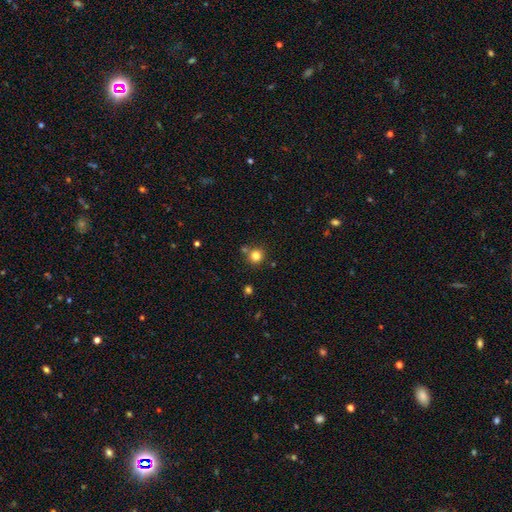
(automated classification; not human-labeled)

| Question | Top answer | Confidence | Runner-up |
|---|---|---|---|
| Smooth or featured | smooth | 81% | star or artifact (13%) |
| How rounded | round | 92% | in between (7%) |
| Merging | none | 78% | merger (11%) |